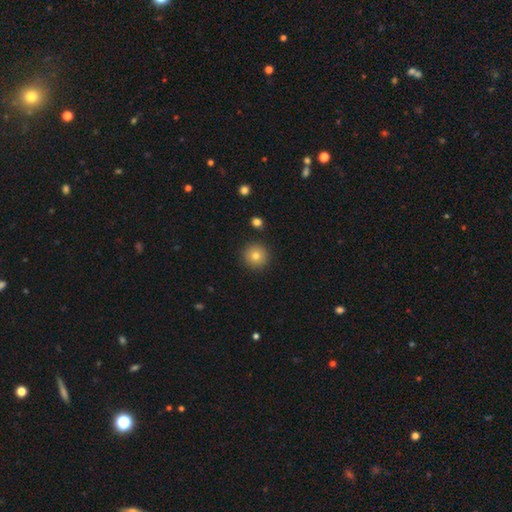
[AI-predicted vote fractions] smooth-or-featured: smooth: 80% | star or artifact: 11% | featured or disk: 9%
  how-rounded: round: 95% | in between: 4% | cigar-shaped: 1%
  merging: none: 91% | minor disturbance: 6% | major disturbance: 2% | merger: 2%